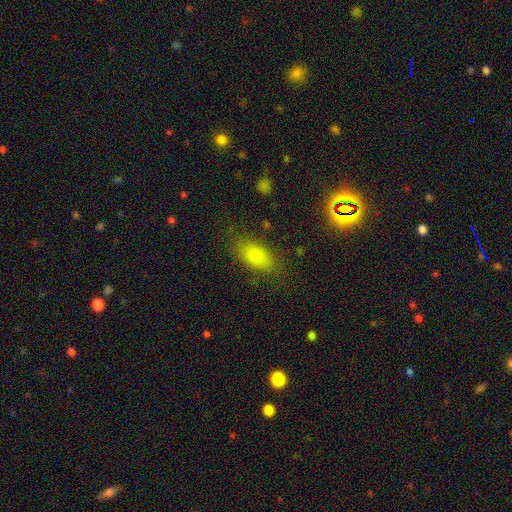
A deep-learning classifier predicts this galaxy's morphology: A smooth galaxy with no disk features (83%) that is in between round and cigar-shaped (89%). Merging: none (79%).